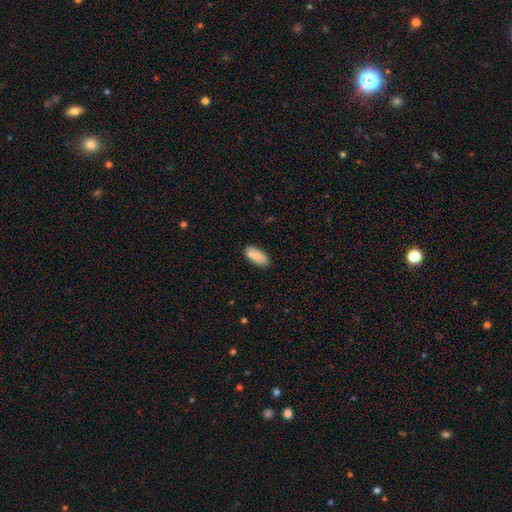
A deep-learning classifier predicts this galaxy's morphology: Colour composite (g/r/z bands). It shows a smooth galaxy with no disk features (85%) that is in between round and cigar-shaped (87%). Merging: none (75%).